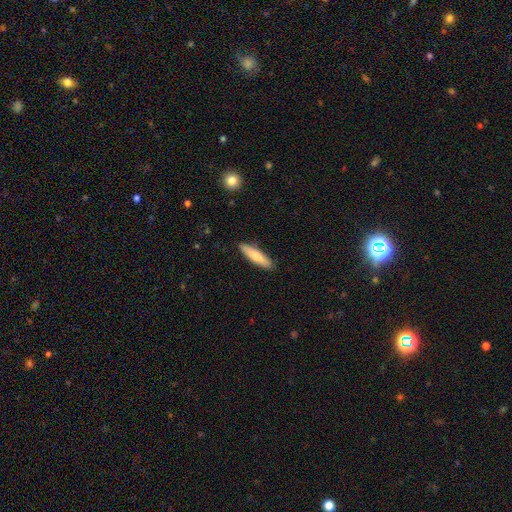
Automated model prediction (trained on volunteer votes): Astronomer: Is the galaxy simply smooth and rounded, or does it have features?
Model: smooth — 76%.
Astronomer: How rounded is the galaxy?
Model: cigar-shaped — 78%.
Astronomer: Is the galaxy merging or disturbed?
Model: none — 89%.